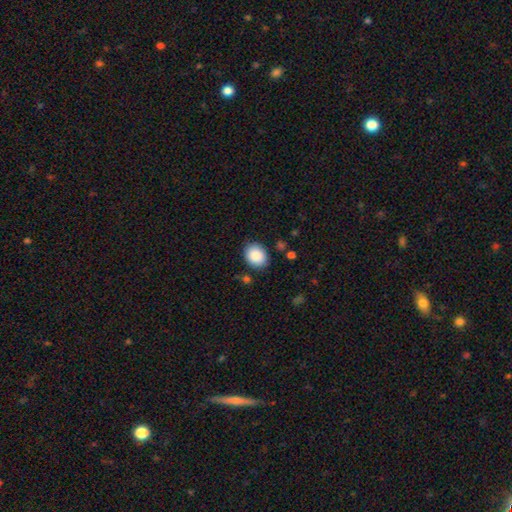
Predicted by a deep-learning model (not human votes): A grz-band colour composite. It shows a smooth galaxy with no disk features (88%) that is in between round and cigar-shaped (52%). Merging: none (85%).